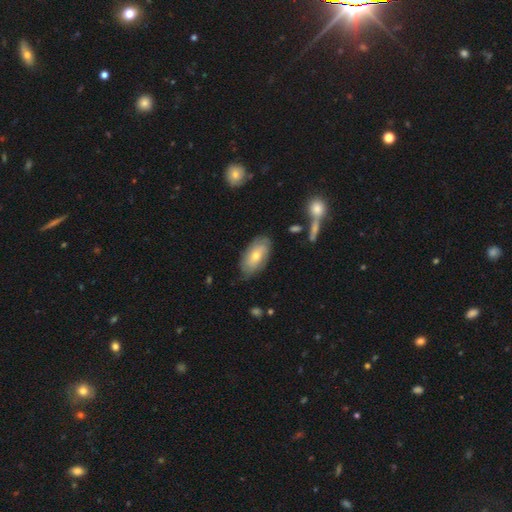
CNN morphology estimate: This appears to be a smooth galaxy with no disk features (54%) that is in between round and cigar-shaped (91%). Merging: none (75%).